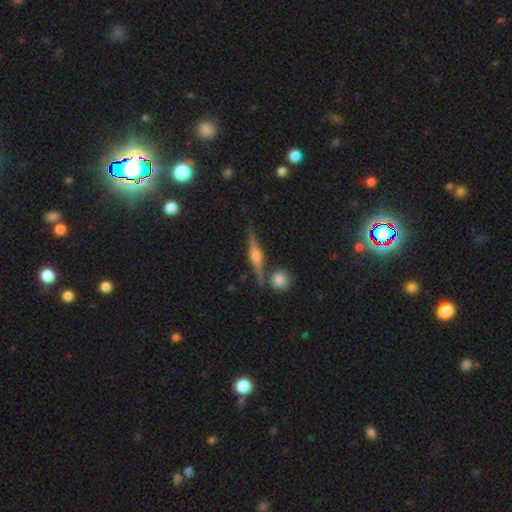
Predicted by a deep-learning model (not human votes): Smooth or featured?
  - featured or disk: 82% *
  - smooth: 10%
  - star or artifact: 7%
Edge-on disk?
  - yes: 98% *
  - no: 2%
Edge-on bulge?
  - rounded: 90% *
  - boxy: 7%
  - none: 3%
Merging?
  - none: 85% *
  - minor disturbance: 8%
  - merger: 5%
  - major disturbance: 2%